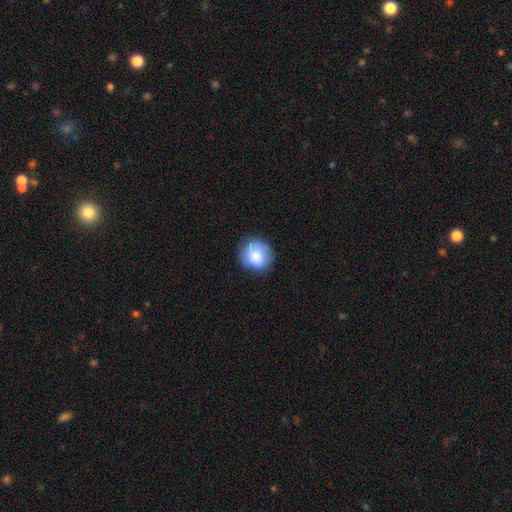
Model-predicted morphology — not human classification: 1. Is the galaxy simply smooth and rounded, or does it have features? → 82% smooth, 11% featured or disk, 7% star or artifact.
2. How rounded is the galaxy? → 88% round, 11% in between, 1% cigar-shaped.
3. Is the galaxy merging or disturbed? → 79% none, 16% minor disturbance, 4% major disturbance, 1% merger.